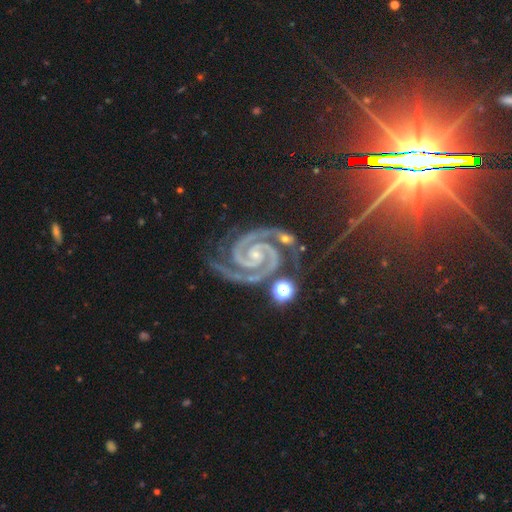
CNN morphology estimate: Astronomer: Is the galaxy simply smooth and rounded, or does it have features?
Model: featured or disk — 88%.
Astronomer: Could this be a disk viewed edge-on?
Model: no — 98%.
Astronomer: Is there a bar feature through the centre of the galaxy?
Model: no — 60%.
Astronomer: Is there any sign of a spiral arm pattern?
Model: yes — 99%.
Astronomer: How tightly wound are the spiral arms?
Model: tight — 74%.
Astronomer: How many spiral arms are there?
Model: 2 — 92%.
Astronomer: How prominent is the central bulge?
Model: small — 77%.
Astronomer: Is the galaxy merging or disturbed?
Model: none — 77%.